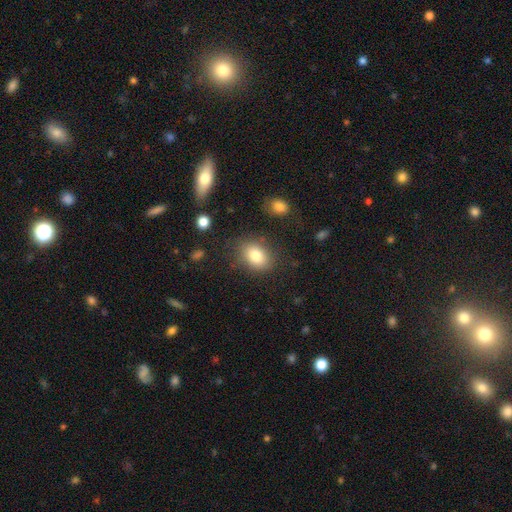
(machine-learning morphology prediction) smooth 81%, featured or disk 9%, star or artifact 9%. Down the decision tree: how rounded — in between (71%); merging — none (78%).